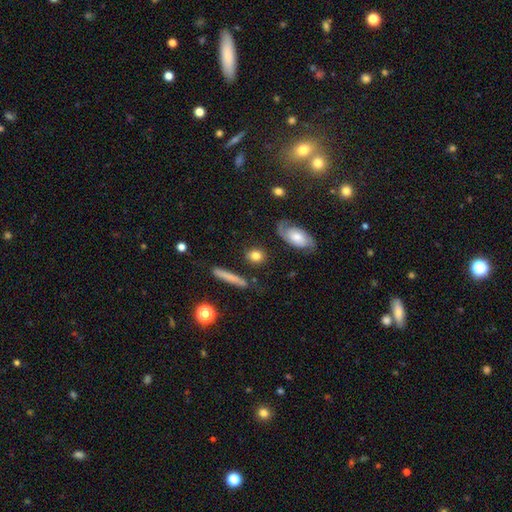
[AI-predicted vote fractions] Smooth or featured: smooth — 75% (featured or disk — 17%)
How rounded: round — 55% (in between — 30%)
Merging: none — 81% (minor disturbance — 11%)